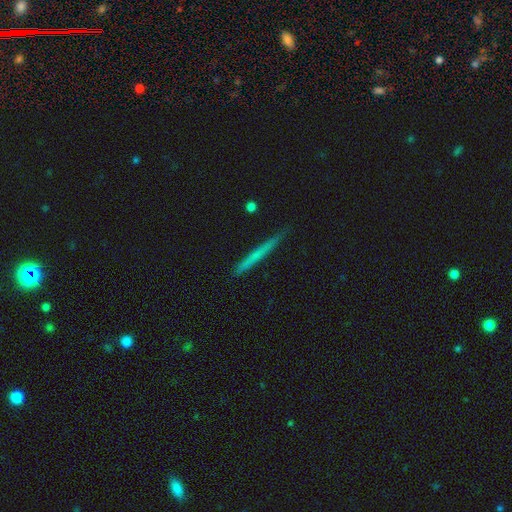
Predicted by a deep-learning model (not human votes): Morphology: type=smooth (55%); roundness=cigar-shaped (96%); merging=none (88%).